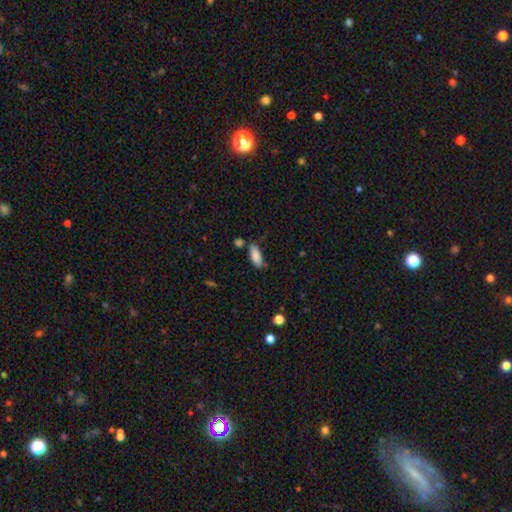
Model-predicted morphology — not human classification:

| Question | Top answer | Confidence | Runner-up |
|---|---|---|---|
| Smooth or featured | smooth | 87% | star or artifact (7%) |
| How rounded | in between | 82% | cigar-shaped (17%) |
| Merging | none | 70% | minor disturbance (18%) |